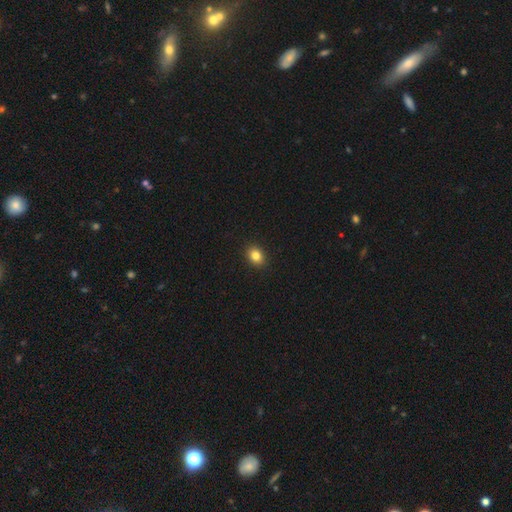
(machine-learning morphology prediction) Smooth or featured? Predicted: smooth (p=0.83). How rounded? Predicted: in between (p=0.58). Merging? Predicted: none (p=0.91).